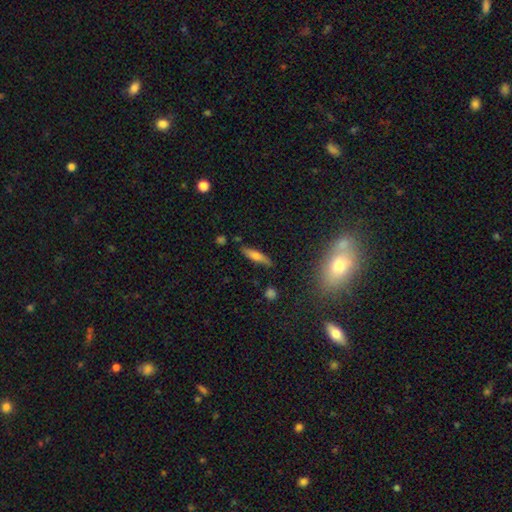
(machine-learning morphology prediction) Q: Smooth or featured?
A: smooth (60%); runner-up: featured or disk (31%)
Q: How rounded?
A: cigar-shaped (75%); runner-up: in between (23%)
Q: Merging?
A: none (80%); runner-up: minor disturbance (14%)